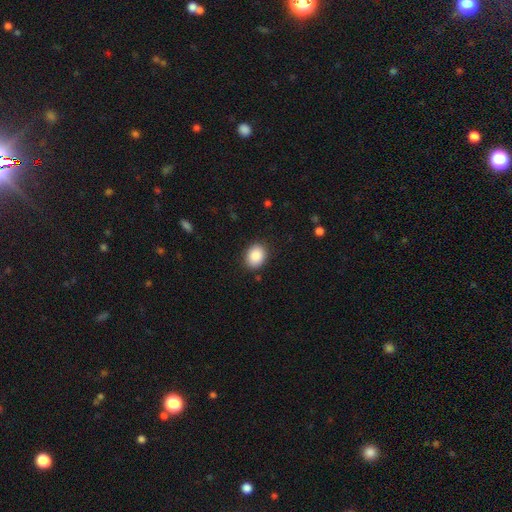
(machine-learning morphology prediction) smooth_or_featured: smooth (p=0.88) [alt: star or artifact p=0.08]
how_rounded: in between (p=0.50) [alt: round p=0.49]
merging: none (p=0.88) [alt: minor disturbance p=0.08]